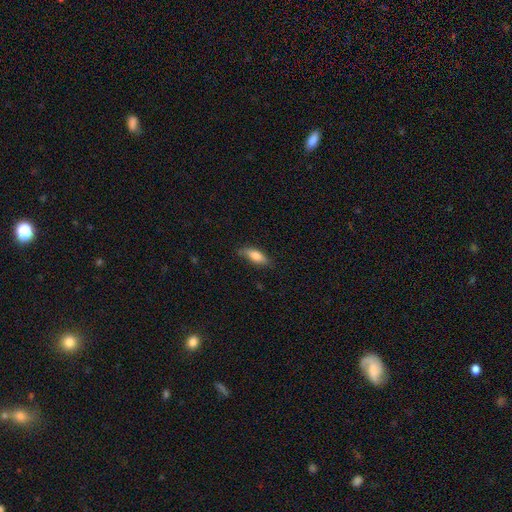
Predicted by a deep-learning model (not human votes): Smooth or featured: smooth — 81% (featured or disk — 13%)
How rounded: in between — 70% (cigar-shaped — 28%)
Merging: none — 75% (minor disturbance — 20%)